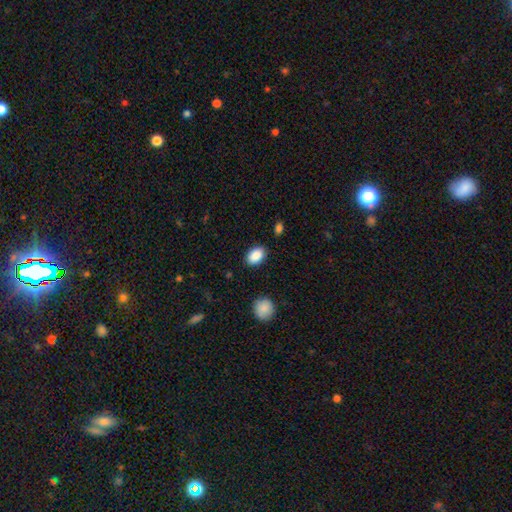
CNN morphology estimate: type=smooth (89%); roundness=in between (85%); merging=none (85%).